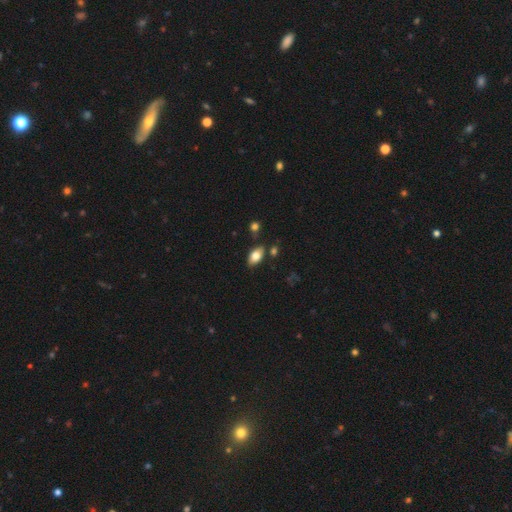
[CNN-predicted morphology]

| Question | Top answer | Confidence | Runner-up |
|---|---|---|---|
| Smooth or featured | smooth | 80% | featured or disk (13%) |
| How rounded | in between | 92% | round (5%) |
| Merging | none | 79% | minor disturbance (13%) |